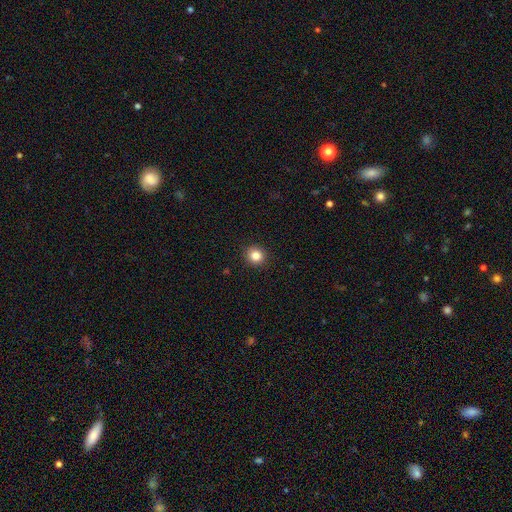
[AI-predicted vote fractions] This appears to be a smooth galaxy with no disk features (84%) that is round (89%). Merging: none (92%).